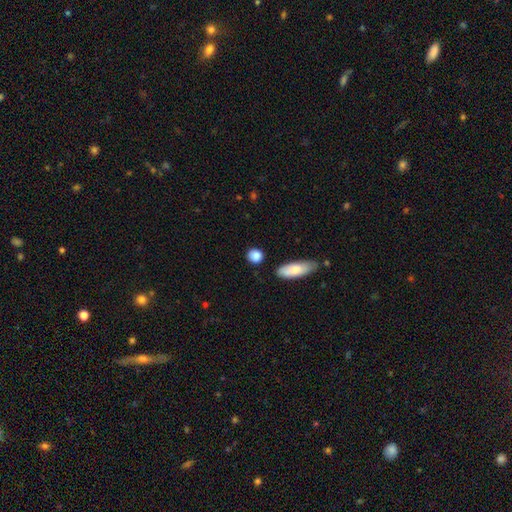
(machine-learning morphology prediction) Overall: smooth (87%). How rounded: round (75%). Merging: none (83%).